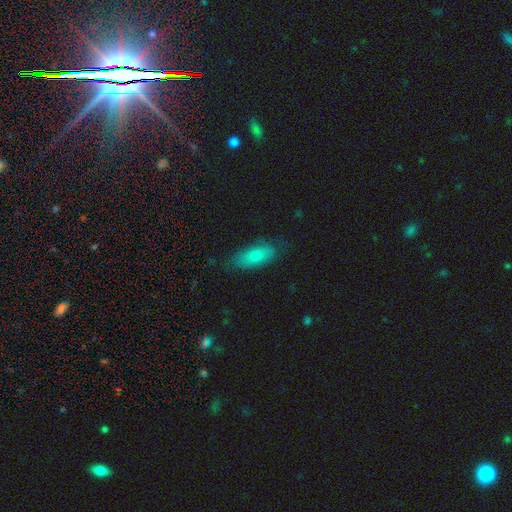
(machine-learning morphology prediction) smooth-or-featured: smooth: 72% | featured or disk: 20% | star or artifact: 8%
  how-rounded: in between: 80% | cigar-shaped: 17% | round: 3%
  merging: none: 77% | minor disturbance: 18% | major disturbance: 4% | merger: 1%